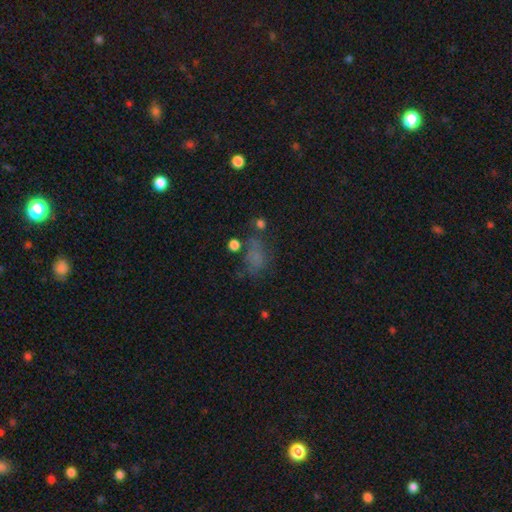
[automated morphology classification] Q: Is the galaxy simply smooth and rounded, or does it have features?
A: smooth — 55%.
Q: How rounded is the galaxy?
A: in between — 73%.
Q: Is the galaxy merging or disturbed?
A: none — 44%.